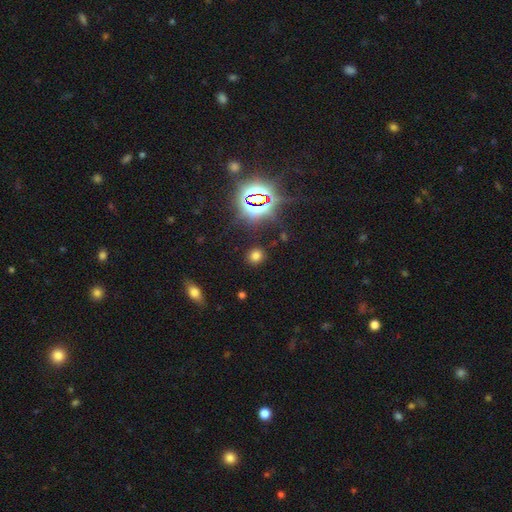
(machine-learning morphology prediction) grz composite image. It shows a smooth galaxy with no disk features (67%) that is round (78%). Merging: none (87%).